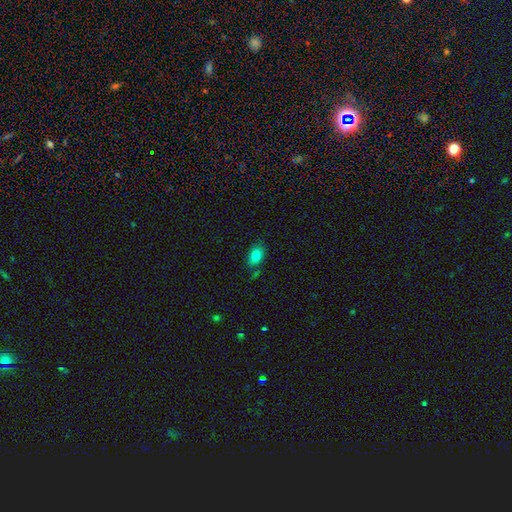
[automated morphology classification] Smooth or featured: smooth — 83% (star or artifact — 10%)
How rounded: in between — 88% (round — 10%)
Merging: none — 73% (minor disturbance — 18%)